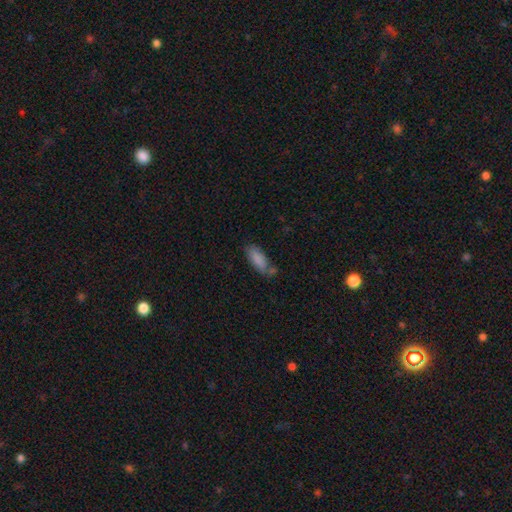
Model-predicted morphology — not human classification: Q: Smooth or featured?
A: smooth (82%); runner-up: featured or disk (9%)
Q: How rounded?
A: in between (70%); runner-up: cigar-shaped (28%)
Q: Merging?
A: none (61%); runner-up: minor disturbance (22%)